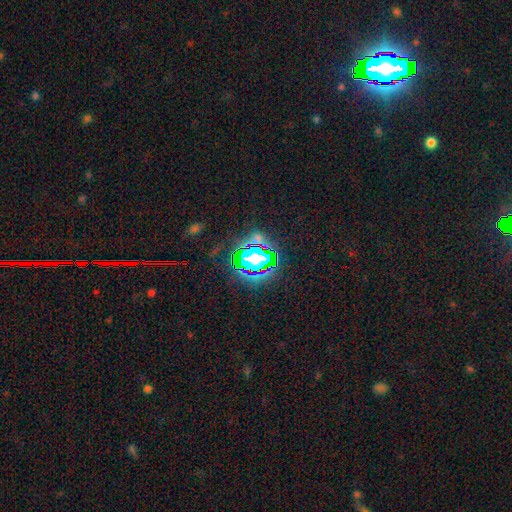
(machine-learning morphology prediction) A star or artifact, not a galaxy (80%).